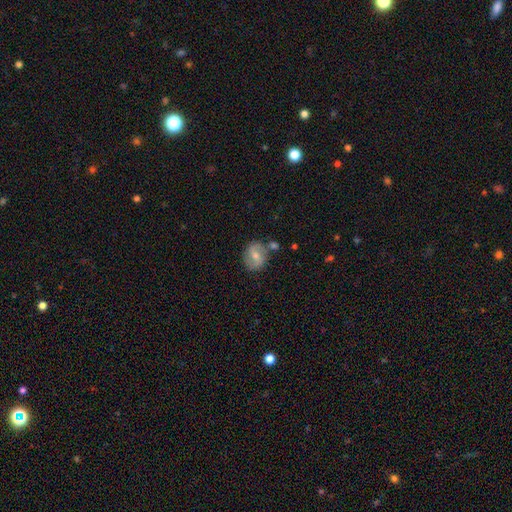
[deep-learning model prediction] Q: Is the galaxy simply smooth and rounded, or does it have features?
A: smooth — 49%.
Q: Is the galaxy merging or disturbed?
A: none — 65%.